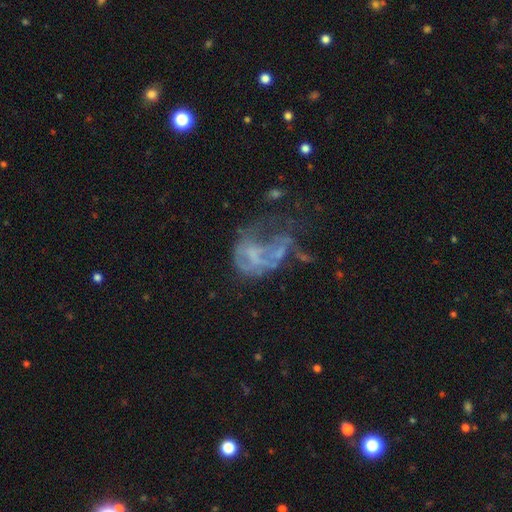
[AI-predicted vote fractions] Smooth or featured? featured or disk (61%)
Edge-on disk? no (98%)
Bar? no (83%)
Spiral arms? no (82%)
Bulge size? none (73%)
Merging? major disturbance (50%)